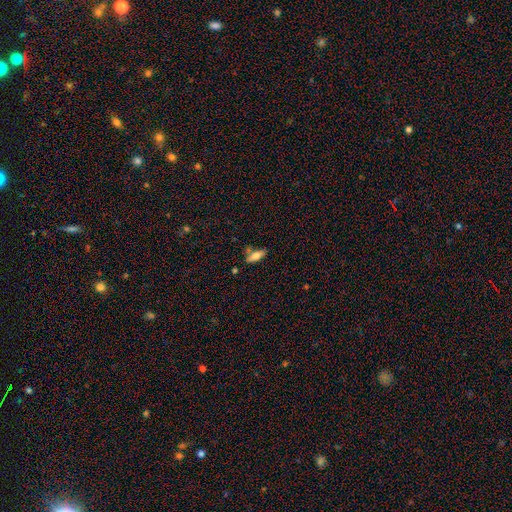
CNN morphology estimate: A smooth galaxy with no disk features (69%) that is in between round and cigar-shaped (65%). Merging: none (65%).